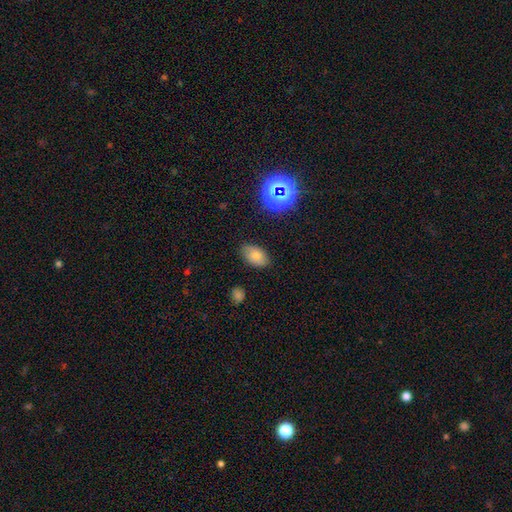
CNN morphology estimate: A smooth galaxy with no disk features (78%) that is in between round and cigar-shaped (91%). Merging: none (84%).